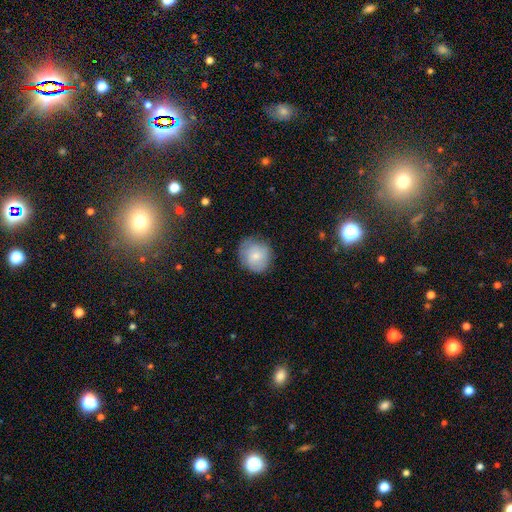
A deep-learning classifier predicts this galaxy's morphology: This appears to be a smooth galaxy with no disk features (73%) that is round (83%). Merging: none (73%).